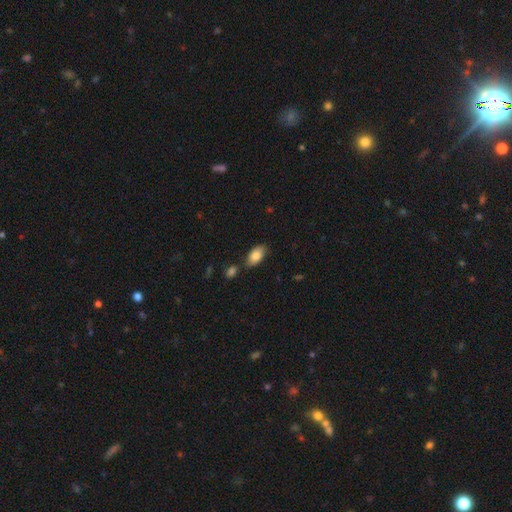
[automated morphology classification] The model was most divided on "merging": none: 73%, minor disturbance: 15%, merger: 9%, major disturbance: 4%. More confident: how rounded — in between (93%); smooth or featured — smooth (85%).